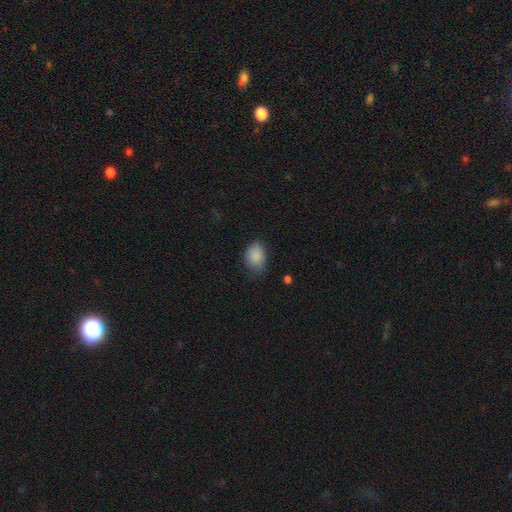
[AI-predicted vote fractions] smooth_or_featured: smooth (p=0.87) [alt: star or artifact p=0.08]
how_rounded: in between (p=0.73) [alt: round p=0.26]
merging: none (p=0.61) [alt: minor disturbance p=0.31]